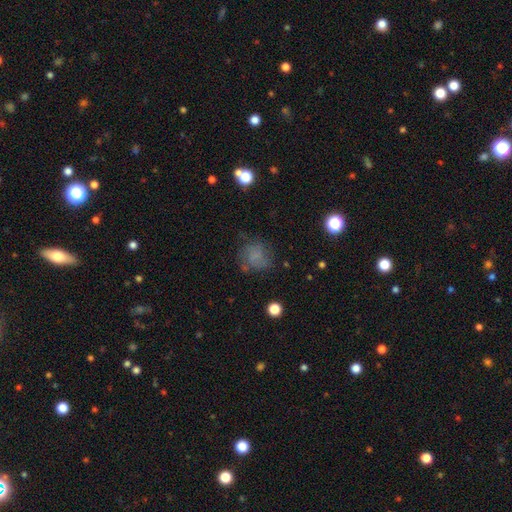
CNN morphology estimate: Overall: smooth (58%; featured or disk 25%). How rounded: round (76%). Merging: none (62%).